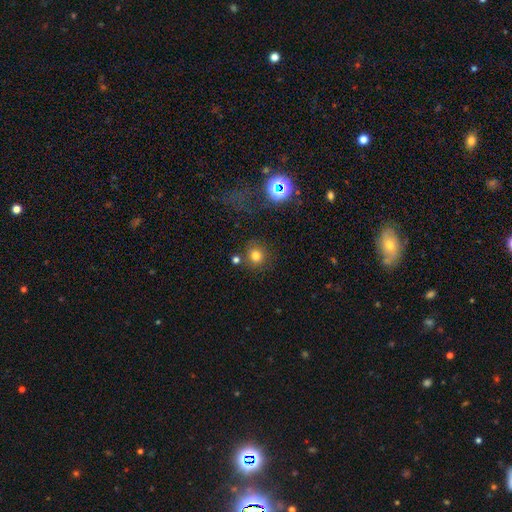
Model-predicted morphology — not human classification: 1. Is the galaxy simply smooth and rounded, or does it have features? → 75% smooth, 17% star or artifact, 8% featured or disk.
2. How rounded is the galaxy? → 89% round, 10% in between, 1% cigar-shaped.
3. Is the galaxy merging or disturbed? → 76% none, 11% minor disturbance, 8% merger, 5% major disturbance.